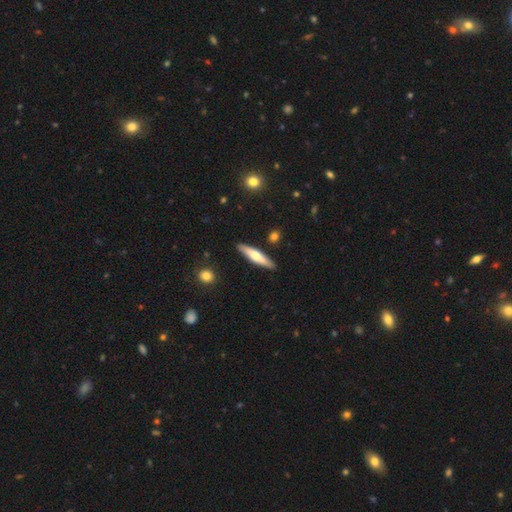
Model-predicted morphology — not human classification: smooth_or_featured: smooth (p=0.53) [alt: featured or disk p=0.41]
how_rounded: cigar-shaped (p=0.83) [alt: in between p=0.15]
merging: none (p=0.89) [alt: minor disturbance p=0.08]